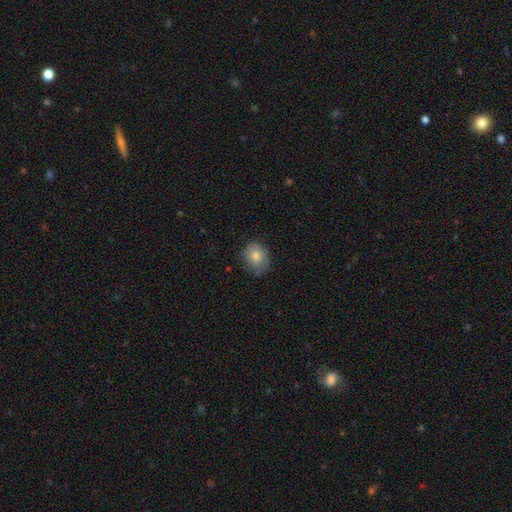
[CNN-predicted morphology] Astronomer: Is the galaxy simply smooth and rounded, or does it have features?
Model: smooth — 73%.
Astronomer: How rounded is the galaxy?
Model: round — 55% (runner-up: in between, 44%).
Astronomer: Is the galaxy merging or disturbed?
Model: none — 71%.